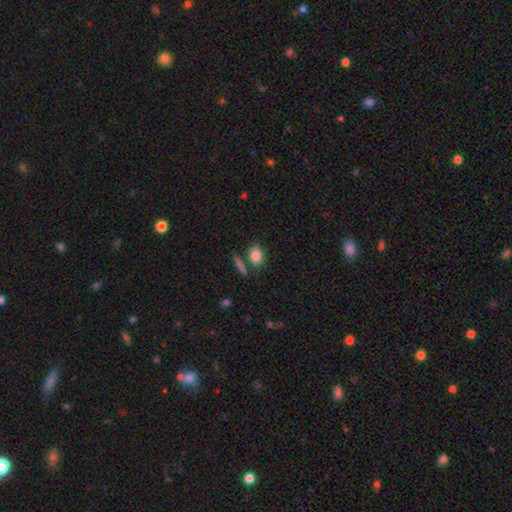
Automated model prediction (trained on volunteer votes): smooth_or_featured: smooth (p=0.84) [alt: featured or disk p=0.08]
how_rounded: in between (p=0.67) [alt: round p=0.30]
merging: none (p=0.71) [alt: merger p=0.13]